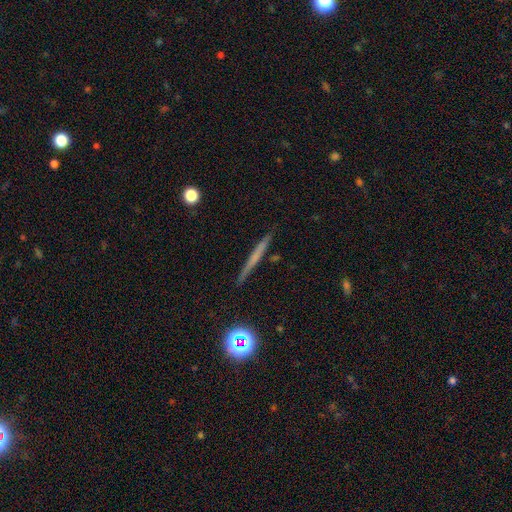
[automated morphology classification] type=featured or disk (46%); merging=none (89%).